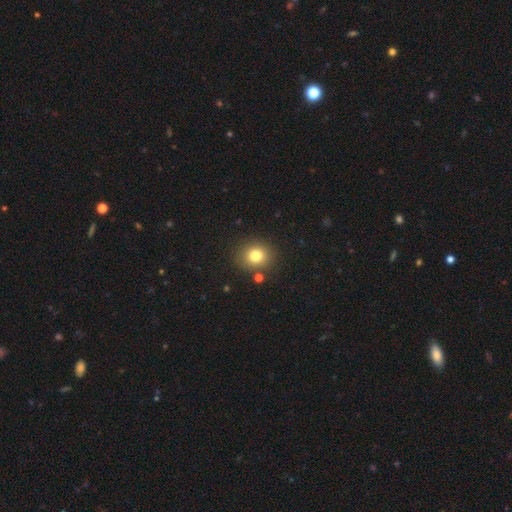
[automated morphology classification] Q: Smooth or featured?
A: smooth (80%); runner-up: star or artifact (12%)
Q: How rounded?
A: round (80%); runner-up: in between (19%)
Q: Merging?
A: none (84%); runner-up: minor disturbance (8%)